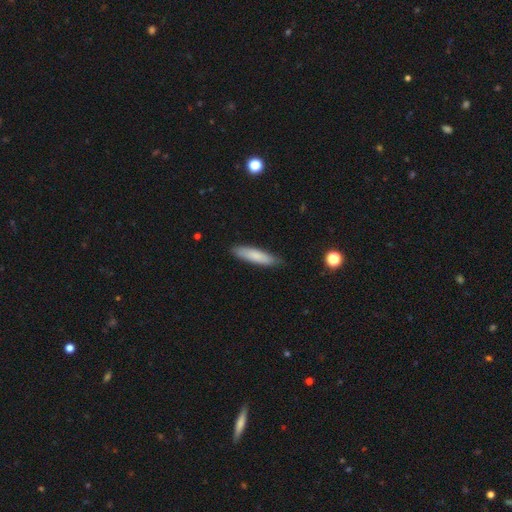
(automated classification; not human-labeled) Q: Smooth or featured?
A: smooth (81%); runner-up: featured or disk (14%)
Q: How rounded?
A: cigar-shaped (76%); runner-up: in between (23%)
Q: Merging?
A: none (85%); runner-up: minor disturbance (12%)